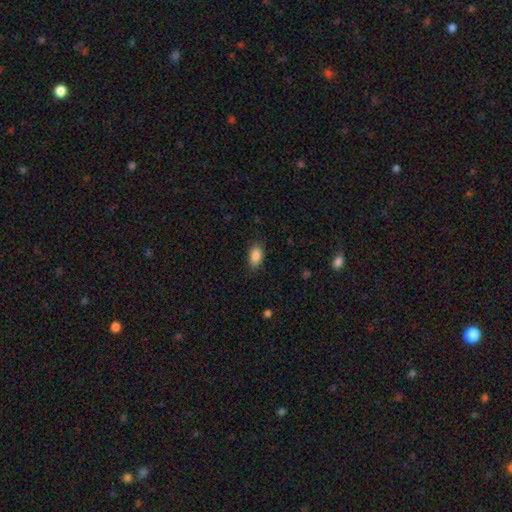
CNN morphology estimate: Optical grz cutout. It shows a smooth galaxy with no disk features (88%) that is in between round and cigar-shaped (90%). Merging: none (81%).